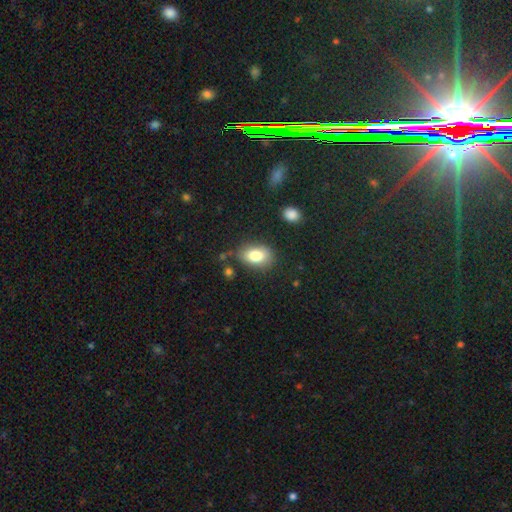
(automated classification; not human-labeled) Smooth or featured?
  - smooth: 80% *
  - featured or disk: 11%
  - star or artifact: 8%
How rounded?
  - in between: 81% *
  - round: 17%
  - cigar-shaped: 1%
Merging?
  - none: 76% *
  - minor disturbance: 16%
  - major disturbance: 4%
  - merger: 4%